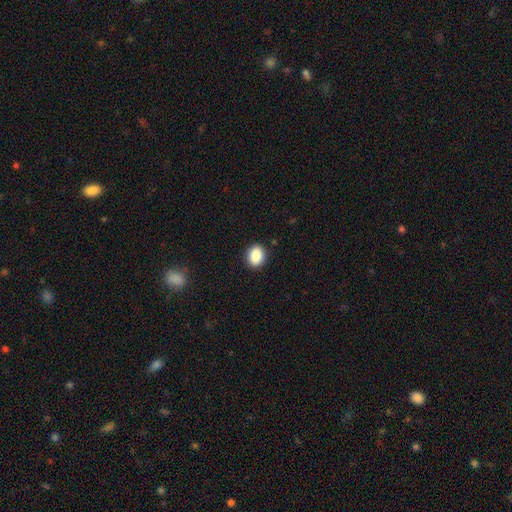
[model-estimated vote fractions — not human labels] A smooth galaxy with no disk features (88%) that is in between round and cigar-shaped (56%). Merging: none (90%).